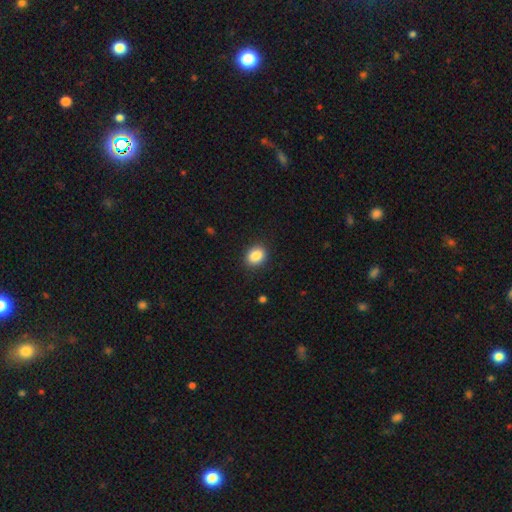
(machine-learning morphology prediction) A smooth galaxy with no disk features (87%) that is in between round and cigar-shaped (53%).

Vote fractions:
- Smooth or featured? smooth: 87% / star or artifact: 9% / featured or disk: 4%
- How rounded? in between: 53% / round: 46% / cigar-shaped: 1%
- Merging? none: 89% / minor disturbance: 8% / major disturbance: 2% / merger: 1%